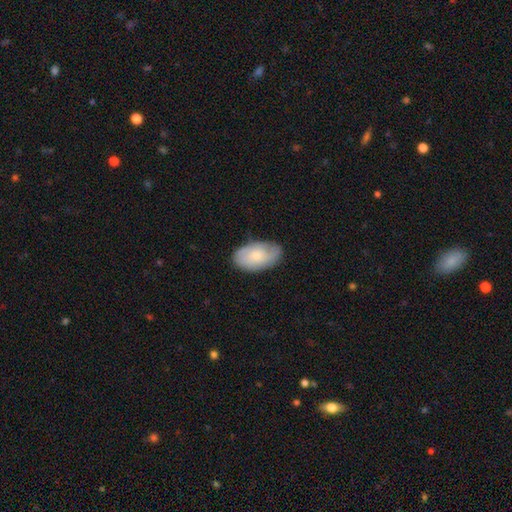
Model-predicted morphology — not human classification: A smooth galaxy with no disk features (60%) that is in between round and cigar-shaped (93%).

Vote fractions:
- Smooth or featured? smooth: 60% / featured or disk: 34% / star or artifact: 6%
- How rounded? in between: 93% / round: 5% / cigar-shaped: 2%
- Merging? none: 77% / minor disturbance: 19% / major disturbance: 4% / merger: 1%